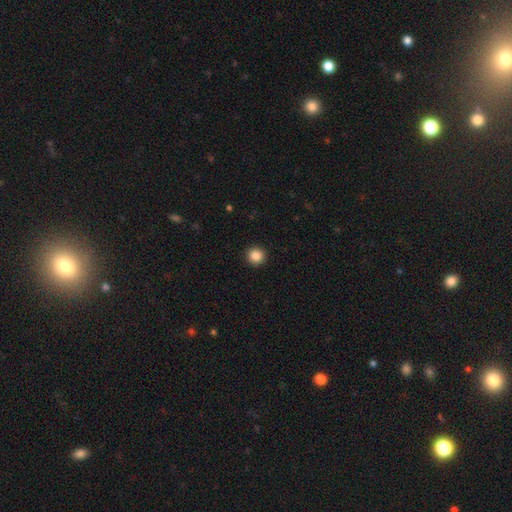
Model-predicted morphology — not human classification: Smooth or featured: smooth — 87% (star or artifact — 10%)
How rounded: round — 95% (in between — 4%)
Merging: none — 93% (minor disturbance — 4%)